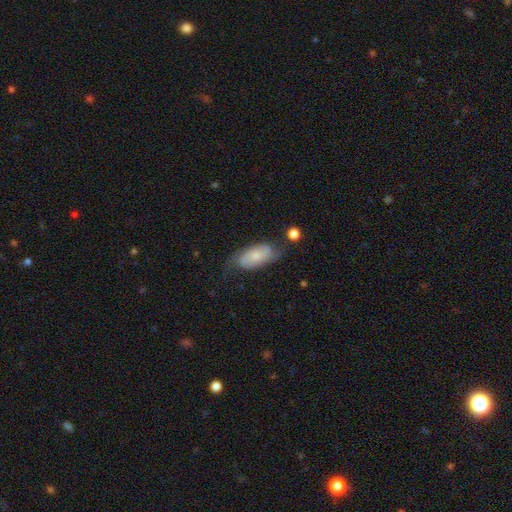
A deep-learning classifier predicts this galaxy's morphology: Smooth or featured? Predicted: featured or disk (p=0.46, tied with smooth). Merging? Predicted: none (p=0.59).